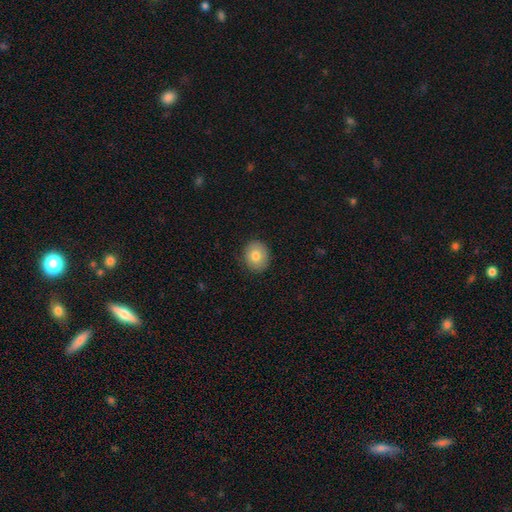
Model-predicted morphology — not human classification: Q: Smooth or featured?
A: smooth (78%); runner-up: featured or disk (13%)
Q: How rounded?
A: round (69%); runner-up: in between (30%)
Q: Merging?
A: none (89%); runner-up: minor disturbance (8%)